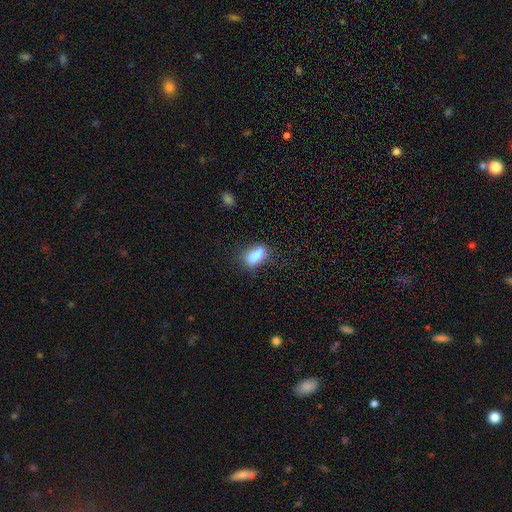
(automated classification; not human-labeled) smooth 83%, featured or disk 9%, star or artifact 8%. Down the decision tree: how rounded — in between (86%); merging — none (69%).